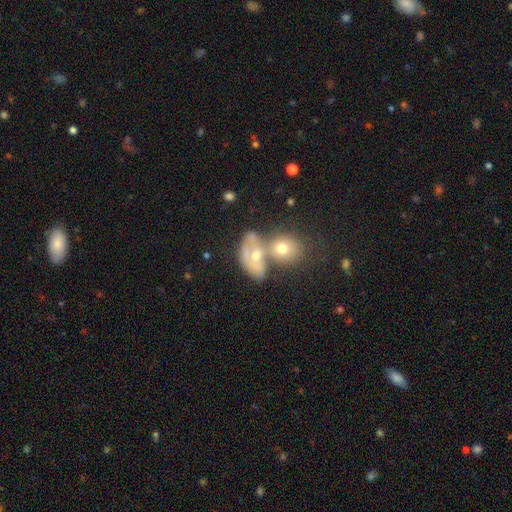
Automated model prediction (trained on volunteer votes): Morphology: type=featured or disk (48%); merging=merger (46%).